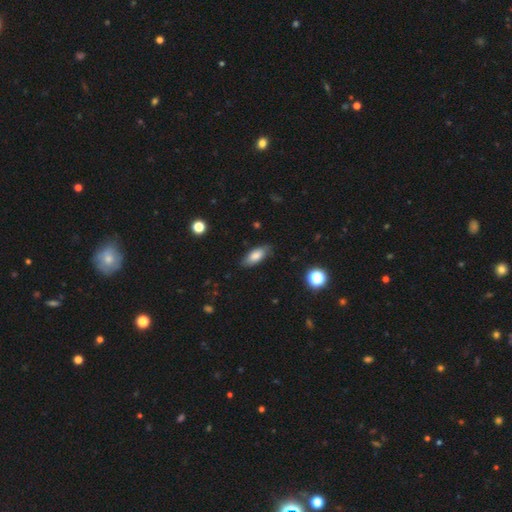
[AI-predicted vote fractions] Smooth or featured: smooth — 79% (featured or disk — 14%)
How rounded: in between — 81% (cigar-shaped — 16%)
Merging: none — 82% (minor disturbance — 14%)